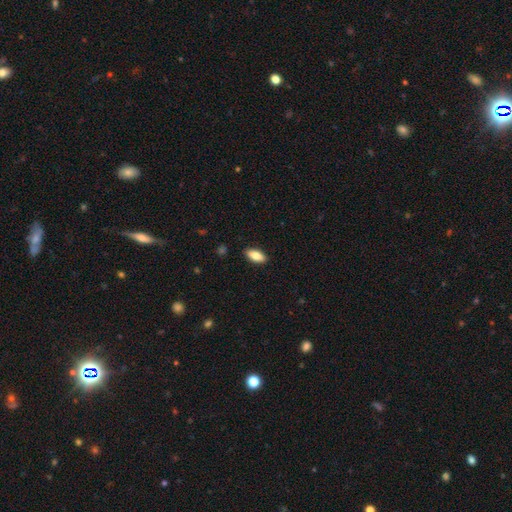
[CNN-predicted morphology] Smooth or featured?
  - smooth: 81% *
  - featured or disk: 13%
  - star or artifact: 6%
How rounded?
  - in between: 84% *
  - cigar-shaped: 14%
  - round: 2%
Merging?
  - none: 89% *
  - minor disturbance: 8%
  - major disturbance: 2%
  - merger: 1%